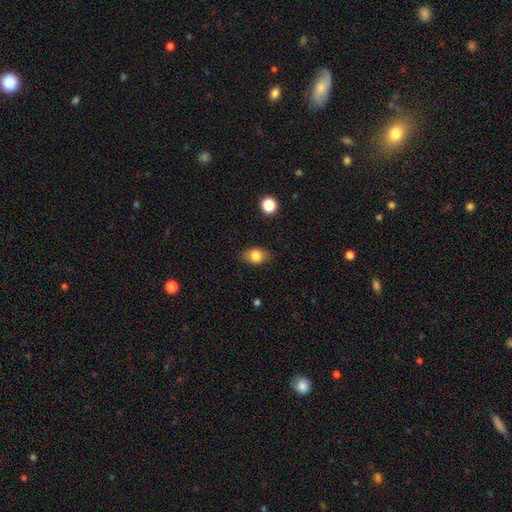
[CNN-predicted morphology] A smooth galaxy with no disk features (82%) that is in between round and cigar-shaped (75%).

Vote fractions:
- Smooth or featured? smooth: 82% / featured or disk: 9% / star or artifact: 9%
- How rounded? in between: 75% / round: 24% / cigar-shaped: 1%
- Merging? none: 84% / minor disturbance: 12% / major disturbance: 3% / merger: 1%